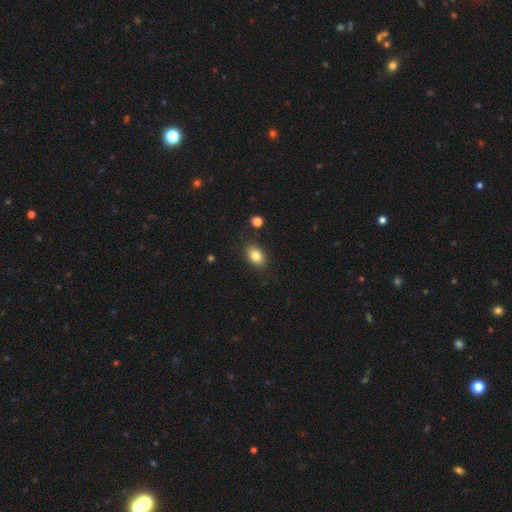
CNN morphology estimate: The model was most divided on "how rounded": in between: 84%, round: 15%, cigar-shaped: 1%. More confident: merging — none (85%); smooth or featured — smooth (83%).